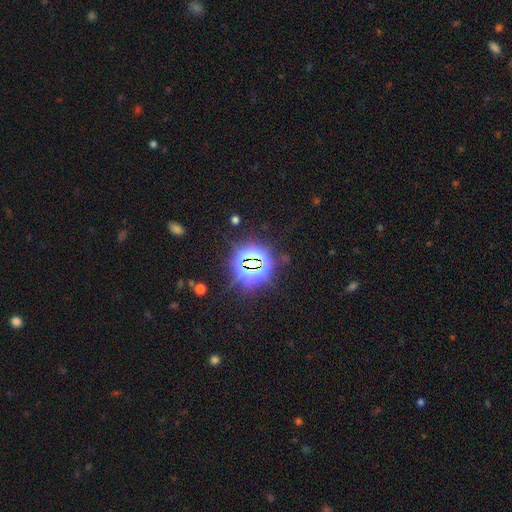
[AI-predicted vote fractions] Smooth or featured?
  - star or artifact: 80% *
  - smooth: 12%
  - featured or disk: 8%